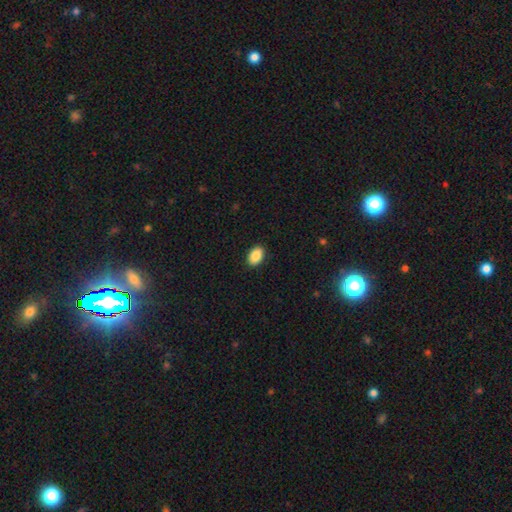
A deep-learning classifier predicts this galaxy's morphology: Q: Smooth or featured?
A: smooth (89%); runner-up: star or artifact (7%)
Q: How rounded?
A: in between (90%); runner-up: round (9%)
Q: Merging?
A: none (90%); runner-up: minor disturbance (7%)